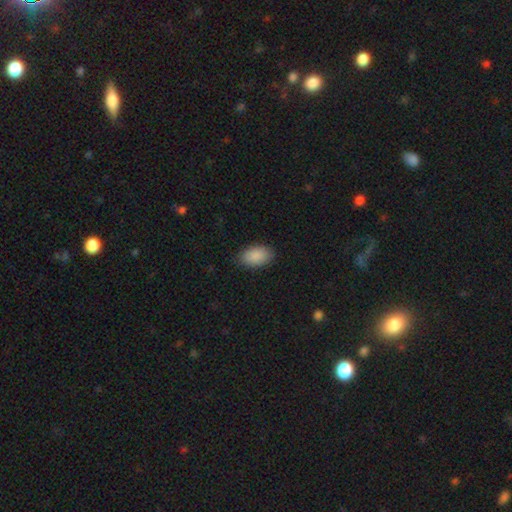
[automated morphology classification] Q: Smooth or featured?
A: smooth (90%); runner-up: star or artifact (6%)
Q: How rounded?
A: in between (94%); runner-up: round (5%)
Q: Merging?
A: none (86%); runner-up: minor disturbance (11%)